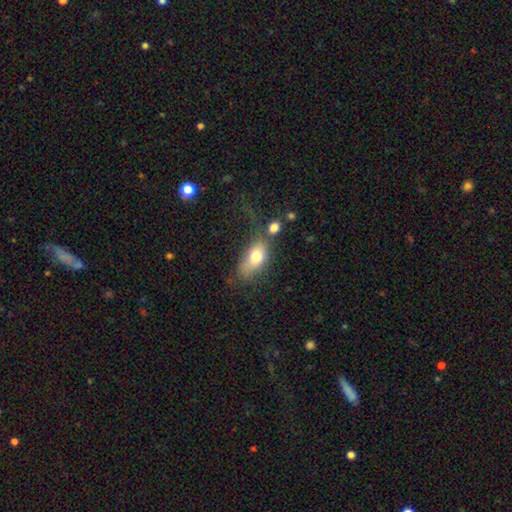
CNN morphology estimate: Smooth or featured? Predicted: smooth (p=0.72). How rounded? Predicted: in between (p=0.85). Merging? Predicted: none (p=0.40).